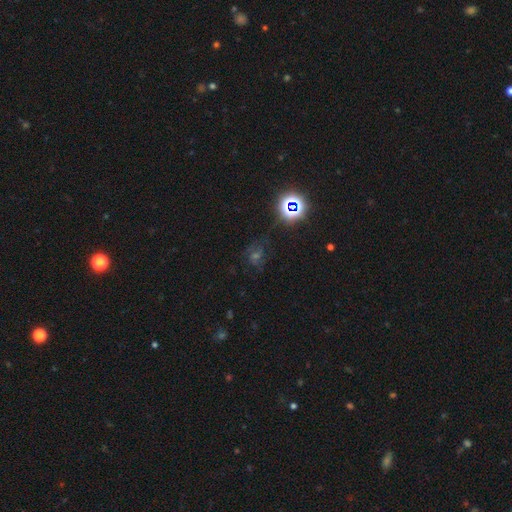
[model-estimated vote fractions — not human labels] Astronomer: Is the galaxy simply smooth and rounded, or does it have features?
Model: star or artifact — 52% (runner-up: smooth, 28%).